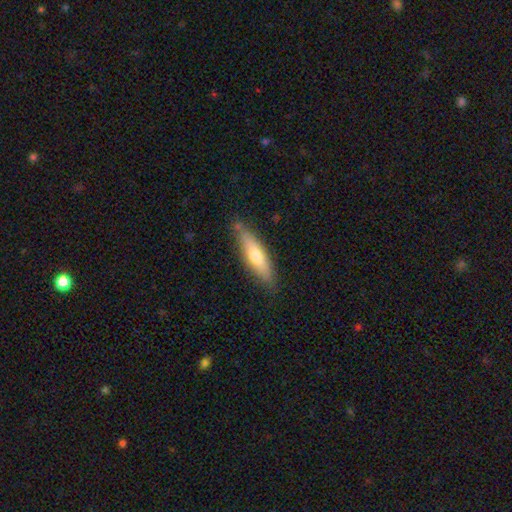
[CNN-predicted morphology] A smooth galaxy with no disk features (61%) that is cigar-shaped (73%).

Vote fractions:
- Smooth or featured? smooth: 61% / featured or disk: 33% / star or artifact: 6%
- How rounded? cigar-shaped: 73% / in between: 25% / round: 2%
- Merging? none: 79% / minor disturbance: 15% / major disturbance: 3% / merger: 3%